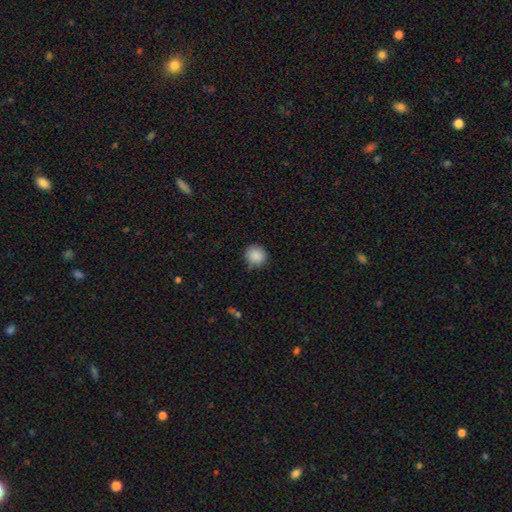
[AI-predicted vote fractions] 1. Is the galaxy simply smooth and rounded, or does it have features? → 88% smooth, 9% star or artifact, 3% featured or disk.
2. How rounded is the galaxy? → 91% round, 8% in between, 1% cigar-shaped.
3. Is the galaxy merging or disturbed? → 84% none, 12% minor disturbance, 3% major disturbance, 1% merger.